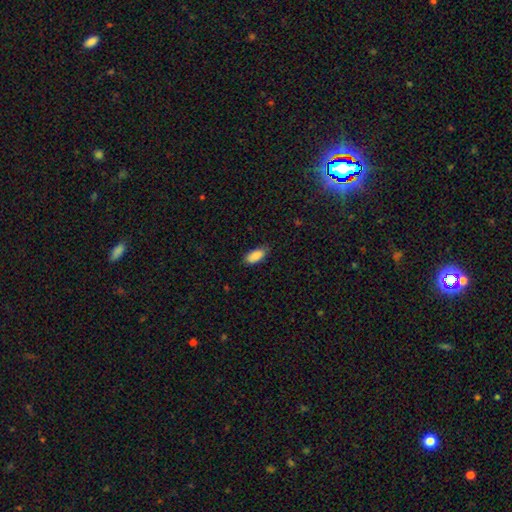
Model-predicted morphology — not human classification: The model was most divided on "merging": none: 78%, minor disturbance: 18%, major disturbance: 3%, merger: 1%. More confident: how rounded — in between (90%); smooth or featured — smooth (88%).